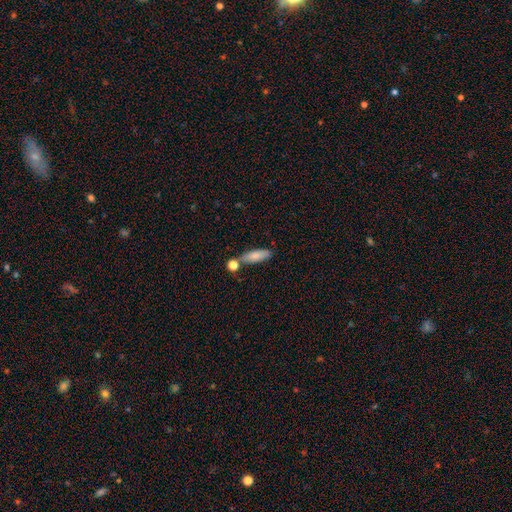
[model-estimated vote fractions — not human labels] A smooth galaxy with no disk features (80%) that is in between round and cigar-shaped (54%). Merging: none (64%).